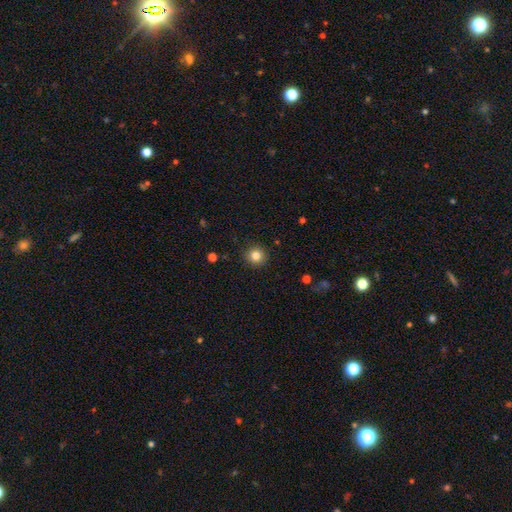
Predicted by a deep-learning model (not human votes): This appears to be a smooth galaxy with no disk features (83%) that is round (93%). Merging: none (91%).